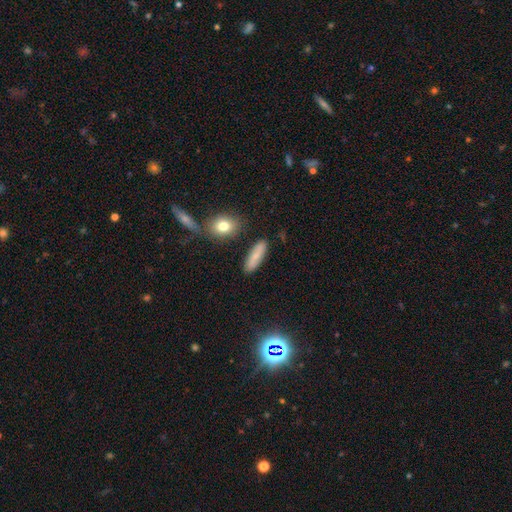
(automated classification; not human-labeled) Morphology: type=smooth (77%); roundness=cigar-shaped (54%); merging=none (85%).